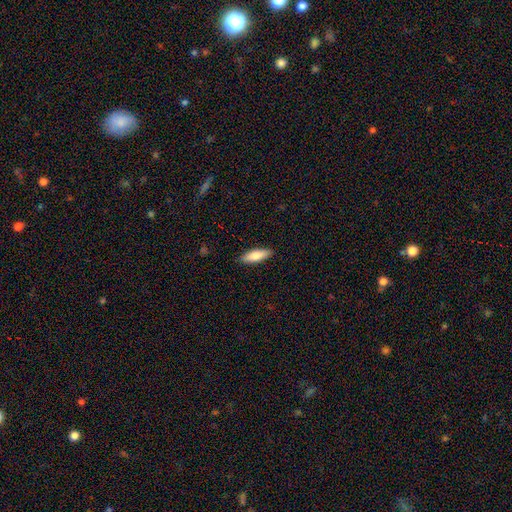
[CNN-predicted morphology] smooth-or-featured: smooth: 77% | featured or disk: 17% | star or artifact: 6%
  how-rounded: in between: 55% | cigar-shaped: 43% | round: 2%
  merging: none: 89% | minor disturbance: 8% | major disturbance: 2% | merger: 1%